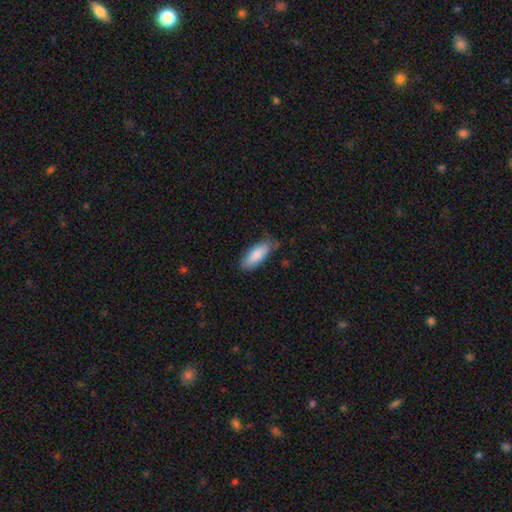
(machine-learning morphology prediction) smooth-or-featured: smooth: 87% | featured or disk: 8% | star or artifact: 5%
  how-rounded: in between: 74% | cigar-shaped: 24% | round: 2%
  merging: none: 76% | minor disturbance: 19% | major disturbance: 3% | merger: 1%